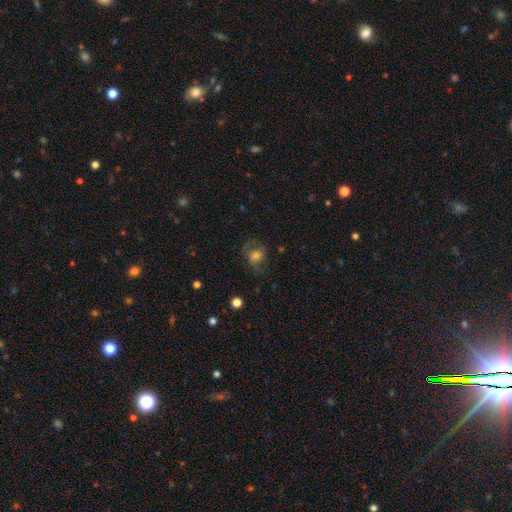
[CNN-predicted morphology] Smooth or featured: smooth — 58% (featured or disk — 30%)
How rounded: round — 53% (in between — 46%)
Merging: none — 54% (major disturbance — 23%)